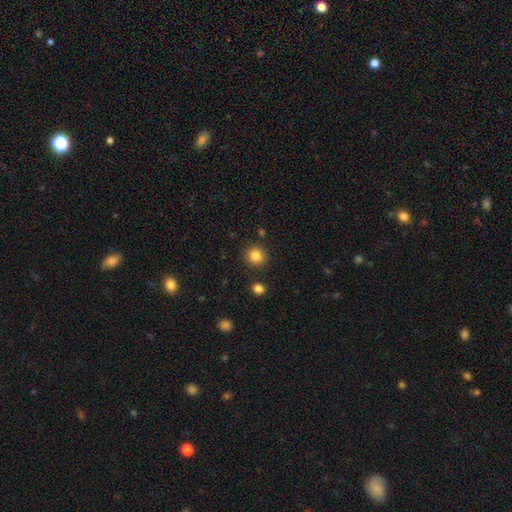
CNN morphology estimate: A smooth galaxy with no disk features (85%) that is round (91%).

Vote fractions:
- Smooth or featured? smooth: 85% / star or artifact: 10% / featured or disk: 4%
- How rounded? round: 91% / in between: 8% / cigar-shaped: 1%
- Merging? none: 89% / minor disturbance: 6% / merger: 3% / major disturbance: 2%